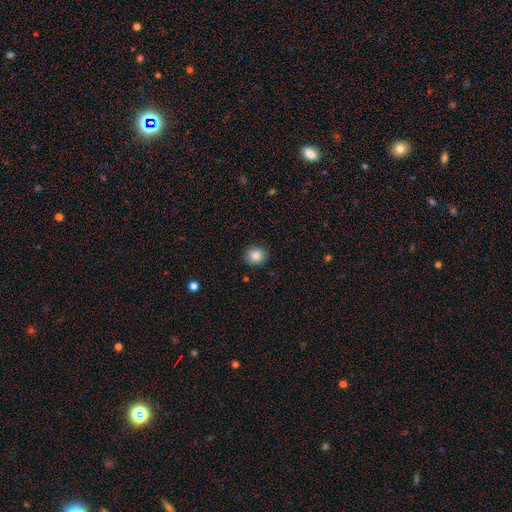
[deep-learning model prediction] Overall: smooth (85%). How rounded: round (75%). Merging: none (87%).